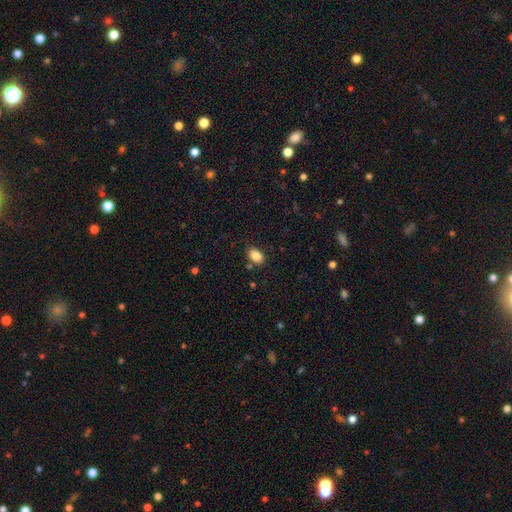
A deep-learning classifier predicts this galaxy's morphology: A smooth galaxy with no disk features (85%) that is in between round and cigar-shaped (87%).

Vote fractions:
- Smooth or featured? smooth: 85% / star or artifact: 8% / featured or disk: 6%
- How rounded? in between: 87% / round: 11% / cigar-shaped: 1%
- Merging? none: 82% / minor disturbance: 12% / merger: 4% / major disturbance: 3%